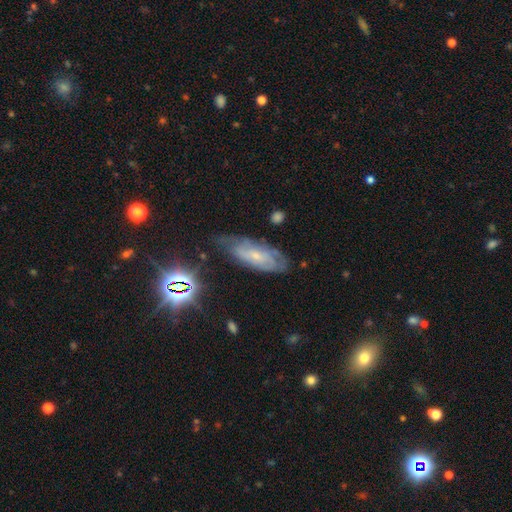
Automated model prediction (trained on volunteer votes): A featured or disk galaxy (60%) with no bar (66%), spiral arms (77%) and a small central bulge (71%). Merging: none (59%).